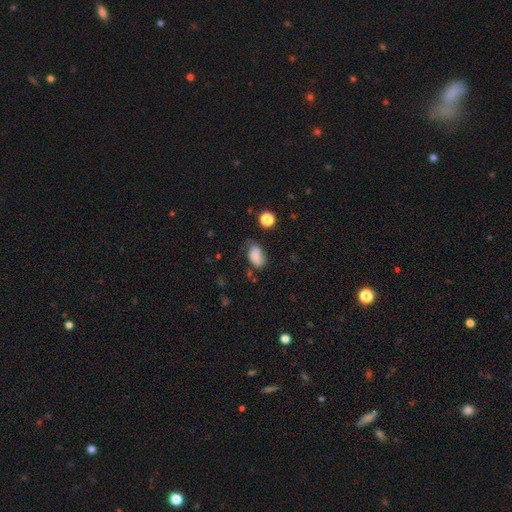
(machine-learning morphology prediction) A smooth galaxy with no disk features (79%) that is in between round and cigar-shaped (88%). Merging: none (52%).